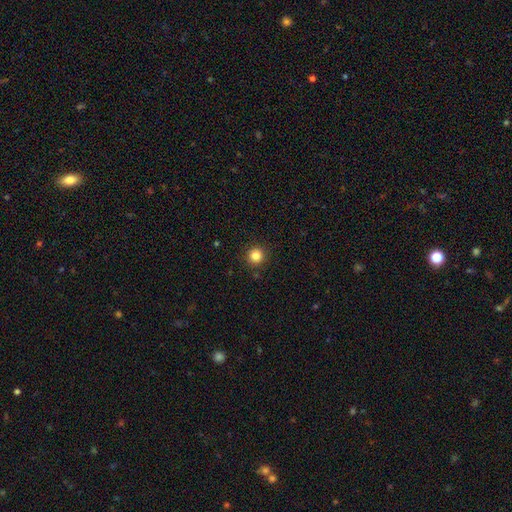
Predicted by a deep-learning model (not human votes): This appears to be a smooth galaxy with no disk features (83%) that is round (95%). Merging: none (92%).